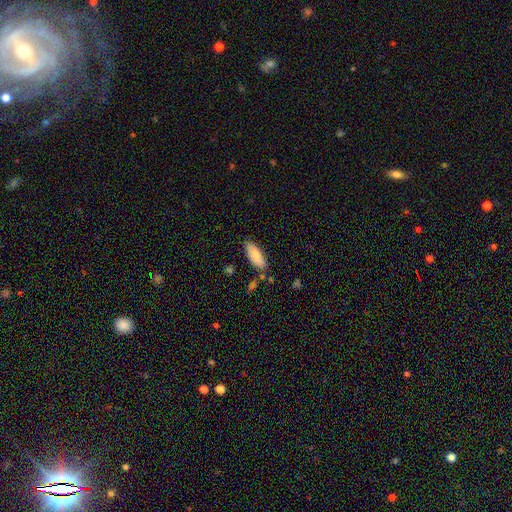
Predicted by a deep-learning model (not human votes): A smooth galaxy with no disk features (81%) that is in between round and cigar-shaped (80%).

Vote fractions:
- Smooth or featured? smooth: 81% / featured or disk: 13% / star or artifact: 6%
- How rounded? in between: 80% / cigar-shaped: 18% / round: 2%
- Merging? none: 80% / minor disturbance: 14% / merger: 4% / major disturbance: 2%